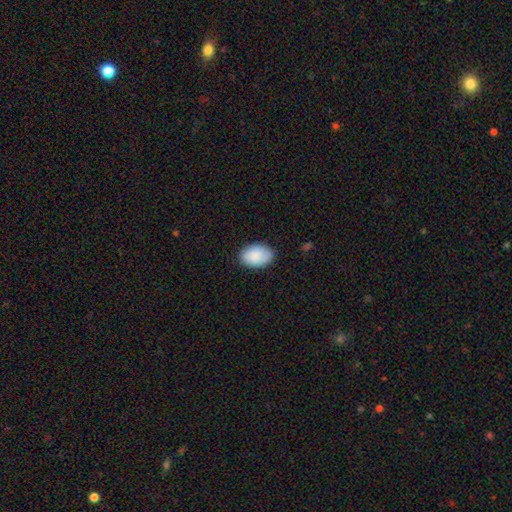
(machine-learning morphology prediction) Smooth or featured? Predicted: smooth (p=0.89). How rounded? Predicted: in between (p=0.90). Merging? Predicted: none (p=0.85).